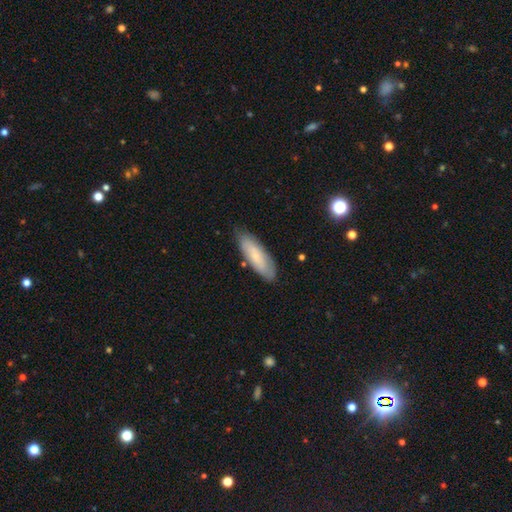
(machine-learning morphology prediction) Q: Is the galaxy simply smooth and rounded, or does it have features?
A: smooth — 66%.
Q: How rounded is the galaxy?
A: in between — 52%.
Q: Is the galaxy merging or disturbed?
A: none — 80%.